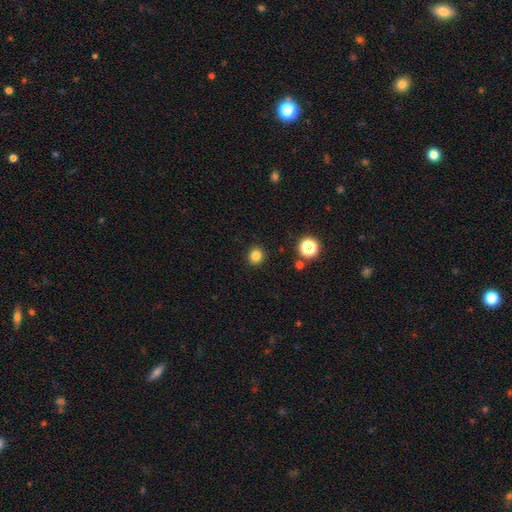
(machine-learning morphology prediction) Smooth or featured?
  - smooth: 82% *
  - star or artifact: 14%
  - featured or disk: 4%
How rounded?
  - round: 88% *
  - in between: 11%
  - cigar-shaped: 1%
Merging?
  - none: 91% *
  - minor disturbance: 6%
  - major disturbance: 2%
  - merger: 1%